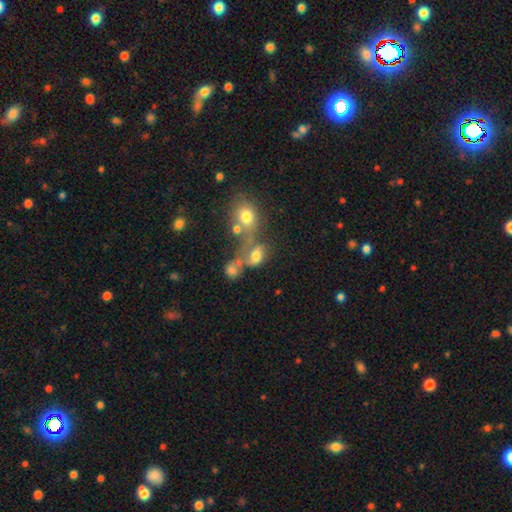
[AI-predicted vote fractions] smooth 66%, featured or disk 18%, star or artifact 16%. Down the decision tree: how rounded — in between (64%); merging — merger (42%).